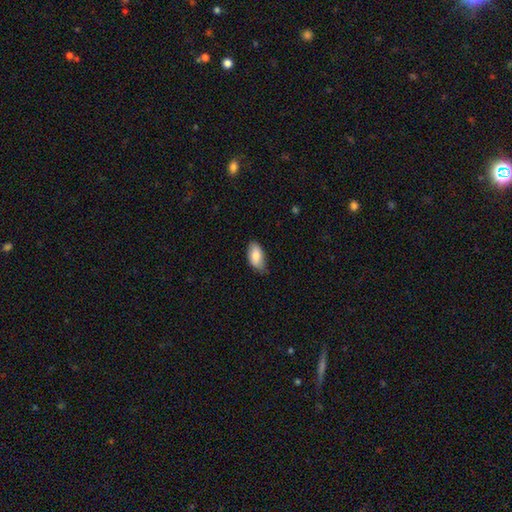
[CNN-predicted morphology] This appears to be a smooth galaxy with no disk features (82%) that is in between round and cigar-shaped (93%). Merging: none (68%).